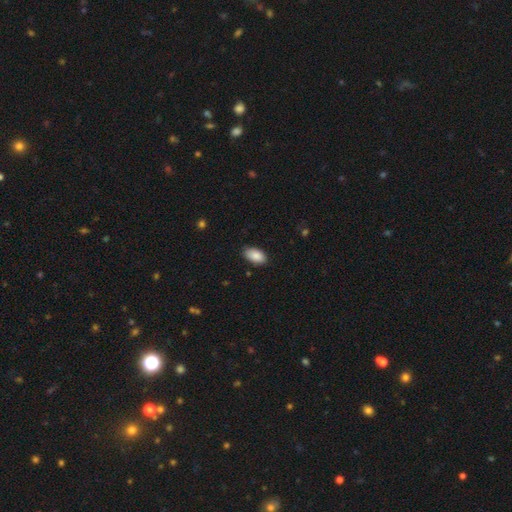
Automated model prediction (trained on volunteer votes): A smooth galaxy with no disk features (88%) that is in between round and cigar-shaped (95%).

Vote fractions:
- Smooth or featured? smooth: 88% / star or artifact: 7% / featured or disk: 5%
- How rounded? in between: 95% / round: 4% / cigar-shaped: 2%
- Merging? none: 84% / minor disturbance: 13% / major disturbance: 2% / merger: 1%